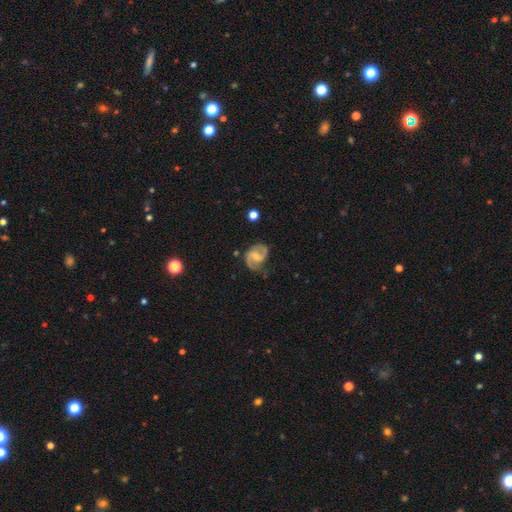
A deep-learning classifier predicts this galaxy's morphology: Smooth or featured? featured or disk (83%)
Edge-on disk? no (98%)
Bar? weak (50%)
Spiral arms? yes (96%)
Spiral winding? medium (54%)
Spiral arm count? 2 (89%)
Bulge size? moderate (47%)
Merging? none (71%)